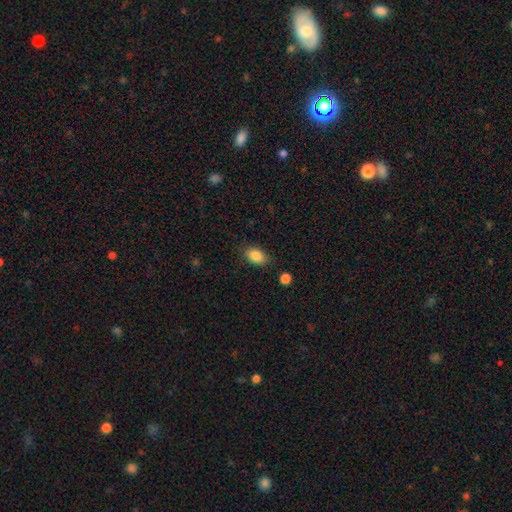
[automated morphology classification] Overall: smooth (86%). How rounded: in between (86%). Merging: none (82%).